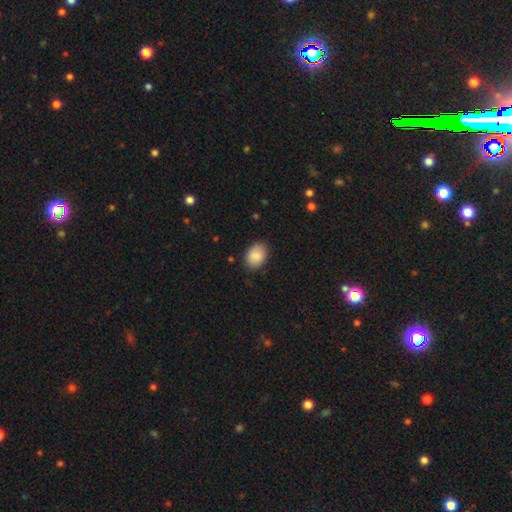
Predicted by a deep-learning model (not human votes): smooth_or_featured: smooth (p=0.88) [alt: star or artifact p=0.07]
how_rounded: in between (p=0.73) [alt: round p=0.26]
merging: none (p=0.82) [alt: minor disturbance p=0.14]